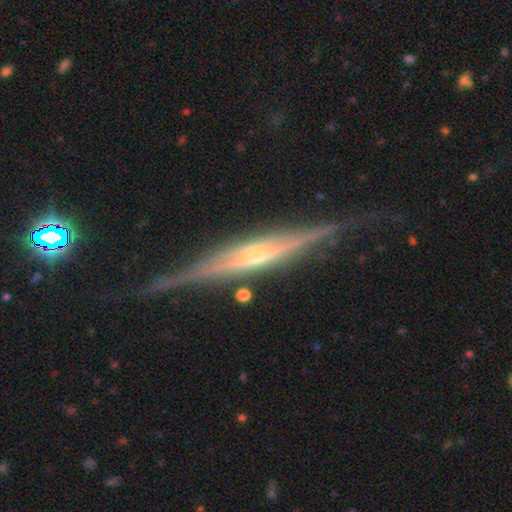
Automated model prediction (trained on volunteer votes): Smooth or featured? featured or disk (85%)
Edge-on disk? yes (96%)
Edge-on bulge? rounded (57%)
Merging? none (78%)